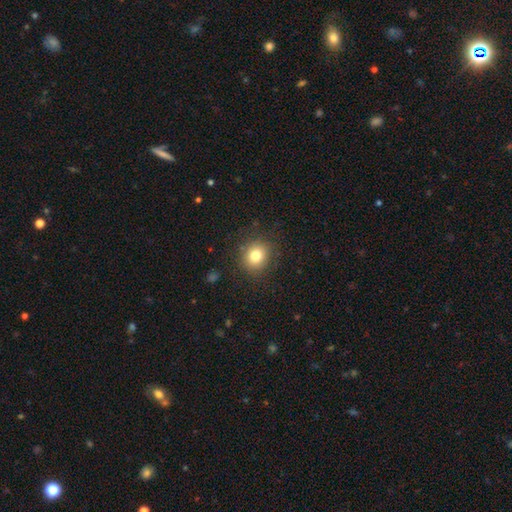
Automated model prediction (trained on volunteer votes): smooth_or_featured: smooth (p=0.79) [alt: star or artifact p=0.12]
how_rounded: round (p=0.81) [alt: in between p=0.18]
merging: none (p=0.86) [alt: minor disturbance p=0.09]